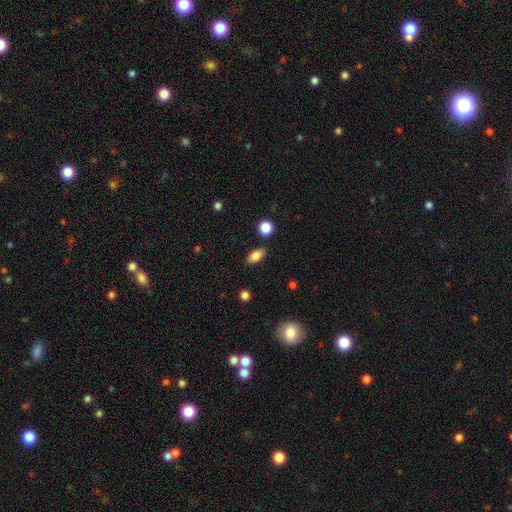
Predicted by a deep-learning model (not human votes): Smooth or featured? Predicted: smooth (p=0.82). How rounded? Predicted: in between (p=0.87). Merging? Predicted: none (p=0.86).